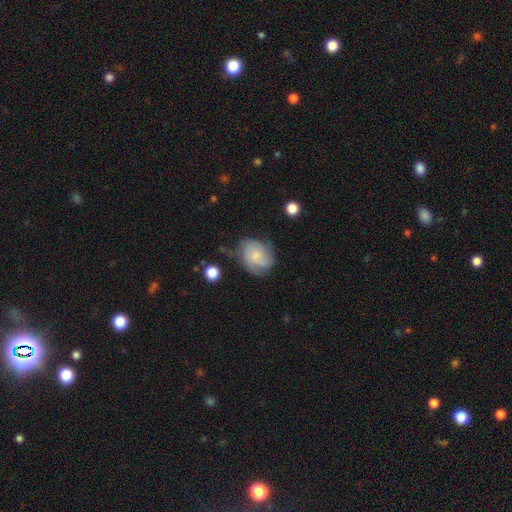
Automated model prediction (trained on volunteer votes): Morphology: type=featured or disk (47%); merging=none (50%).